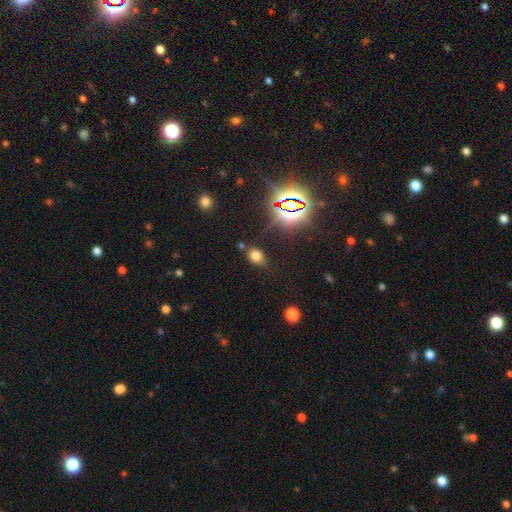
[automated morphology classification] Smooth or featured?
  - smooth: 66% *
  - star or artifact: 26%
  - featured or disk: 8%
How rounded?
  - in between: 69% *
  - round: 29%
  - cigar-shaped: 2%
Merging?
  - none: 74% *
  - minor disturbance: 15%
  - major disturbance: 5%
  - merger: 5%